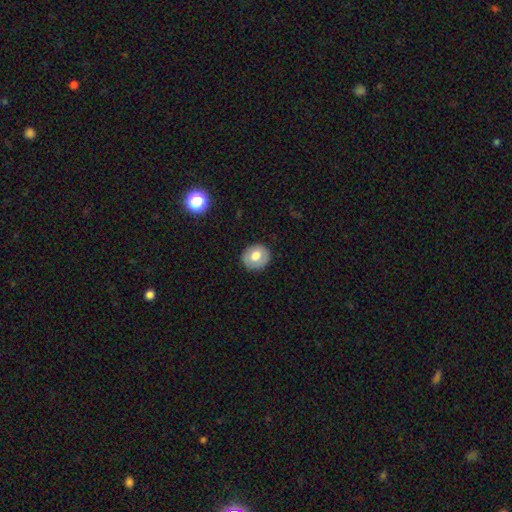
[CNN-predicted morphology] Smooth or featured? Predicted: smooth (p=0.72). How rounded? Predicted: round (p=0.81). Merging? Predicted: none (p=0.87).